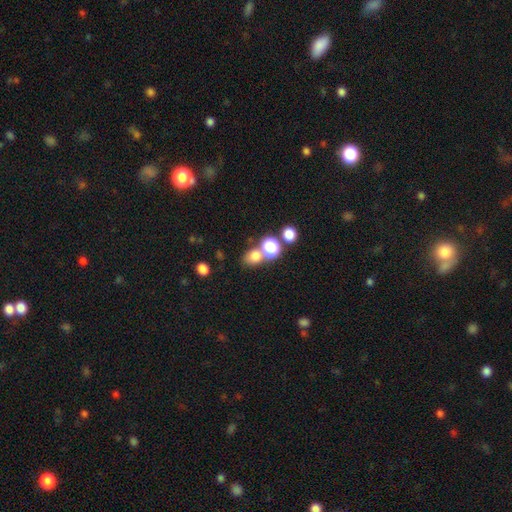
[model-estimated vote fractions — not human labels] smooth_or_featured: smooth (p=0.72) [alt: star or artifact p=0.19]
how_rounded: round (p=0.57) [alt: in between p=0.41]
merging: none (p=0.51) [alt: merger p=0.33]